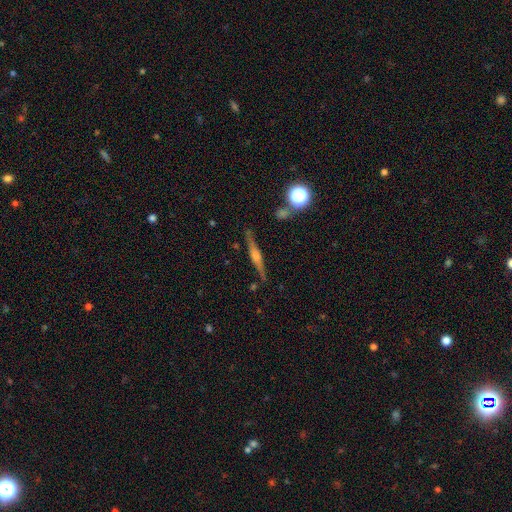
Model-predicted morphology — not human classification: type=featured or disk (74%); edge-on=yes (97%); edge-on bulge=rounded (77%); merging=none (87%).